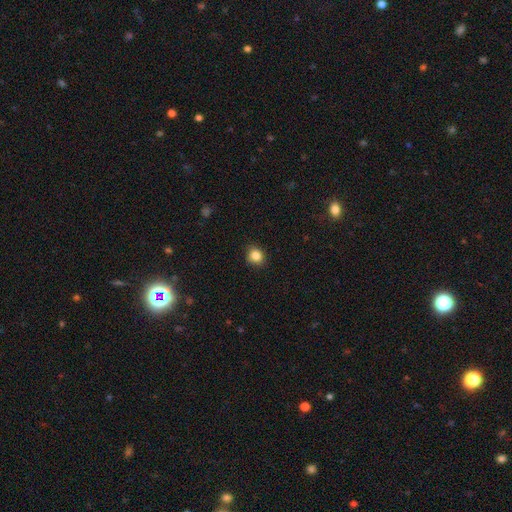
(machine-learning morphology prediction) Q: Smooth or featured?
A: smooth (85%); runner-up: star or artifact (10%)
Q: How rounded?
A: round (73%); runner-up: in between (26%)
Q: Merging?
A: none (87%); runner-up: minor disturbance (10%)